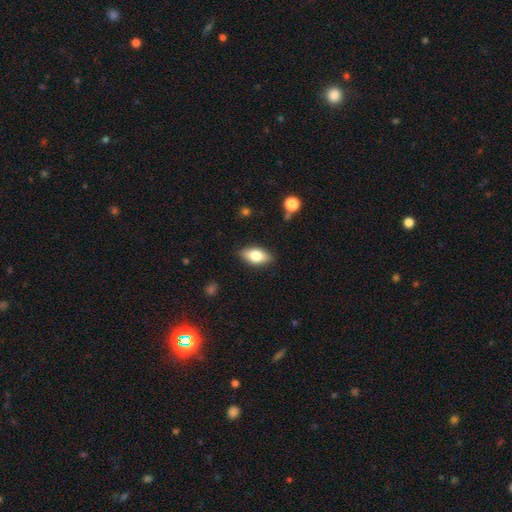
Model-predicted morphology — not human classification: This appears to be a smooth galaxy with no disk features (74%) that is in between round and cigar-shaped (88%). Merging: none (85%).